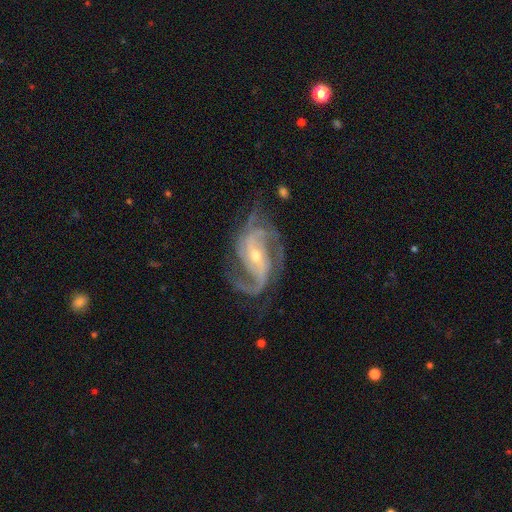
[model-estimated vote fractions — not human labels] The model was most divided on "bar": weak: 38%, strong: 32%, no: 30%. Remaining: spiral arms — yes (98%); edge-on disk — no (97%); smooth or featured — featured or disk (92%); merging — none (69%); bulge size — small (57%); spiral winding — medium (53%); spiral arm count — 2 (40%).